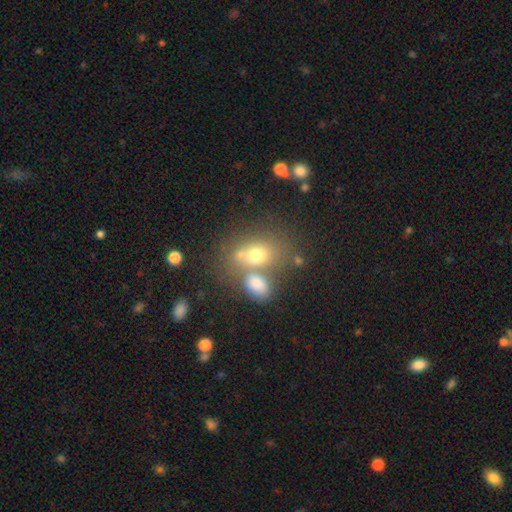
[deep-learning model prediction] Morphology: type=smooth (55%); roundness=in between (59%); merging=merger (48%).